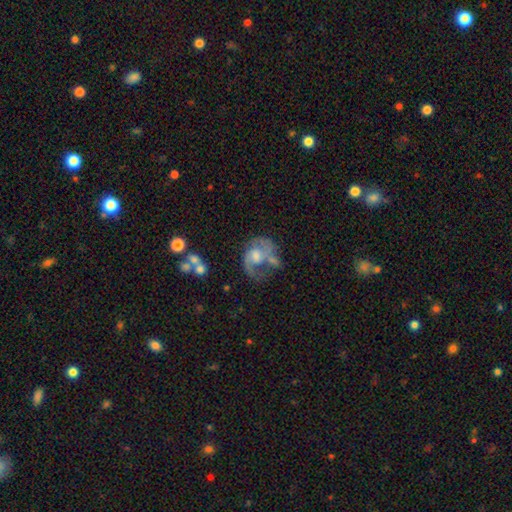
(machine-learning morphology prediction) Smooth or featured? featured or disk (76%)
Edge-on disk? no (98%)
Bar? no (59%)
Spiral arms? yes (84%)
Spiral winding? medium (46%)
Spiral arm count? 2 (67%)
Bulge size? moderate (48%)
Merging? none (36%)